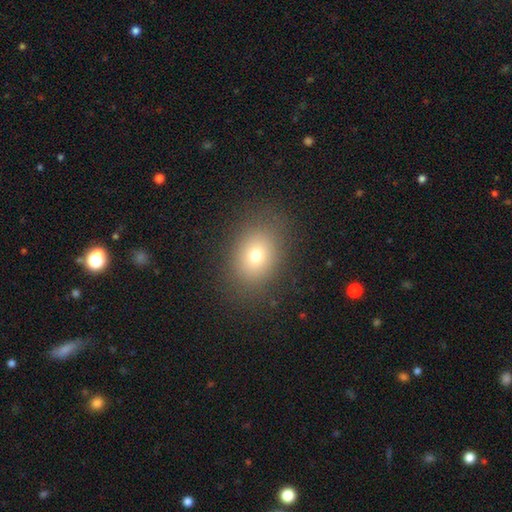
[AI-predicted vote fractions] smooth 72%, star or artifact 15%, featured or disk 13%. Down the decision tree: how rounded — in between (60%); merging — none (85%).